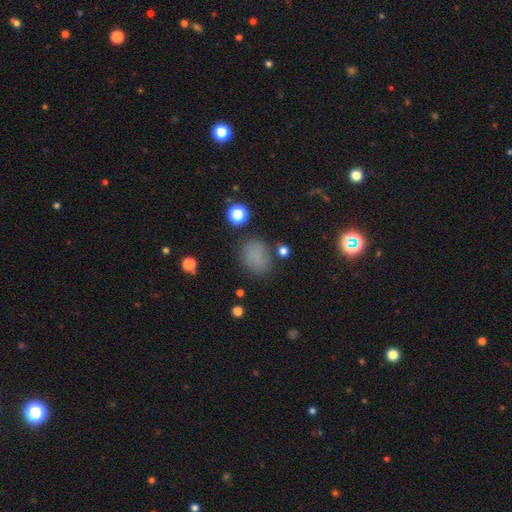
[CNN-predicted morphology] Overall: smooth (76%). How rounded: round (56%; in between 43%). Merging: none (75%).